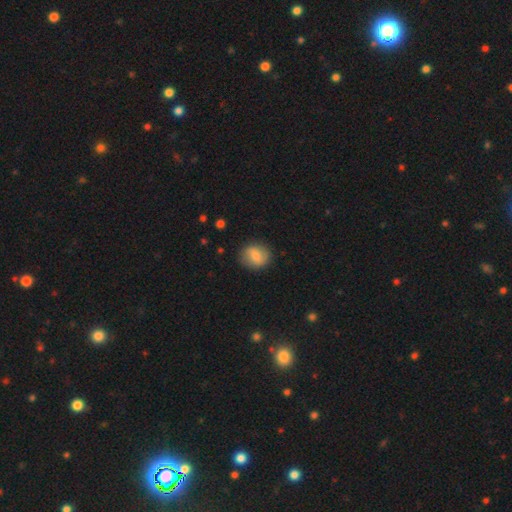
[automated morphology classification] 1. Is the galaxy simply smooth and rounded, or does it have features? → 69% smooth, 23% featured or disk, 8% star or artifact.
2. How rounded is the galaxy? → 68% round, 31% in between, 1% cigar-shaped.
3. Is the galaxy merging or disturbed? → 85% none, 11% minor disturbance, 3% major disturbance, 1% merger.